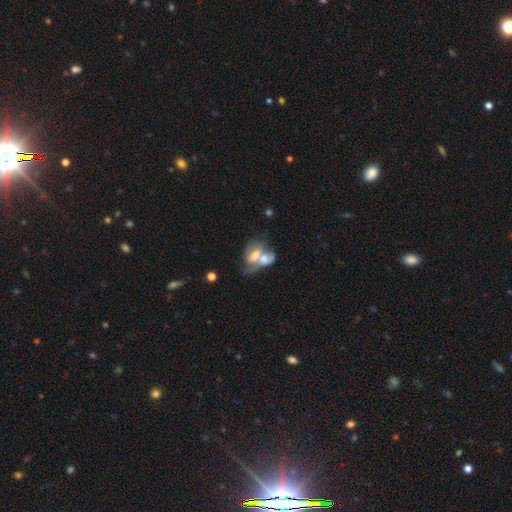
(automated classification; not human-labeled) Smooth or featured? smooth (49%)
Merging? merger (77%)